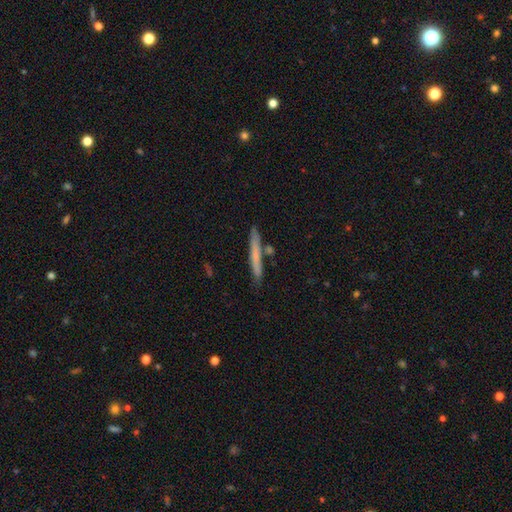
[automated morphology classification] This appears to be a smooth galaxy with no disk features (60%) that is cigar-shaped (96%). Merging: none (83%).